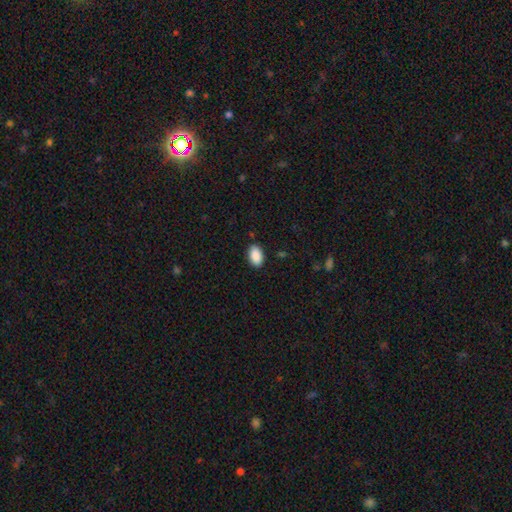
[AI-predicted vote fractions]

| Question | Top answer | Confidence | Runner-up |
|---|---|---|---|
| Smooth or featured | smooth | 90% | star or artifact (7%) |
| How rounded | in between | 93% | round (6%) |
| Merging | none | 87% | minor disturbance (10%) |